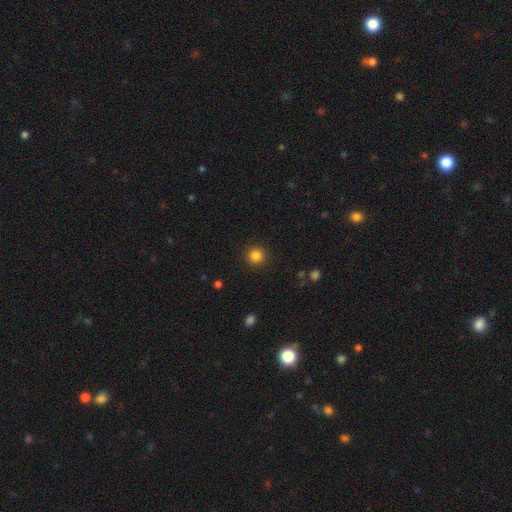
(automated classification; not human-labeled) Smooth or featured? Predicted: smooth (p=0.85). How rounded? Predicted: round (p=0.94). Merging? Predicted: none (p=0.91).